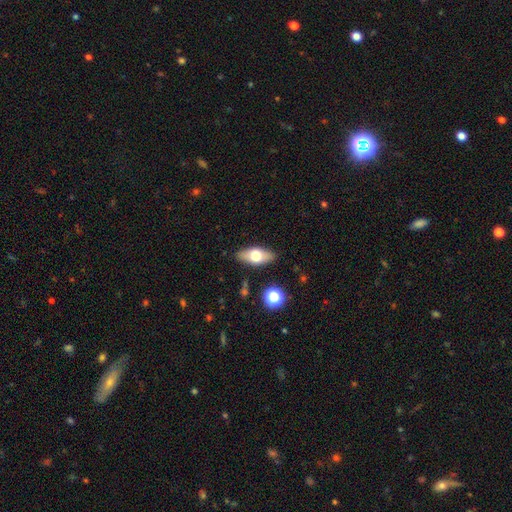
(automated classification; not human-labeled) This appears to be a smooth galaxy with no disk features (62%) that is in between round and cigar-shaped (83%). Merging: none (86%).